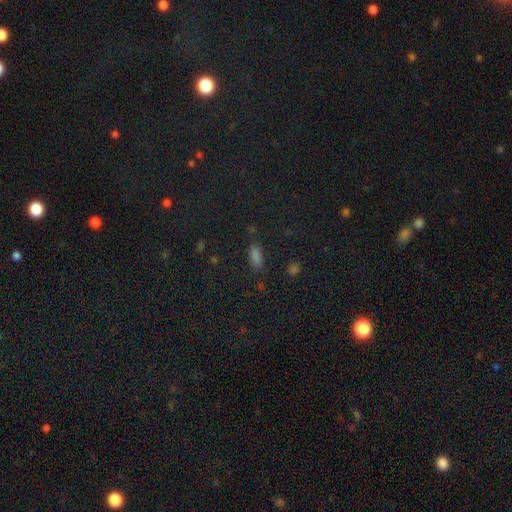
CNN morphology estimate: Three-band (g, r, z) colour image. It shows a smooth galaxy with no disk features (74%) that is in between round and cigar-shaped (74%). Merging: none (80%).